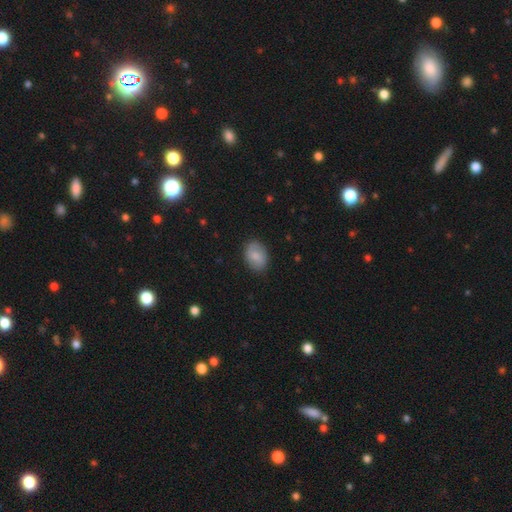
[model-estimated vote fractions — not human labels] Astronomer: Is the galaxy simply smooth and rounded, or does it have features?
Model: smooth — 72%.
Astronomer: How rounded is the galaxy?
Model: in between — 76%.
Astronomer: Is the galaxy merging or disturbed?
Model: none — 84%.